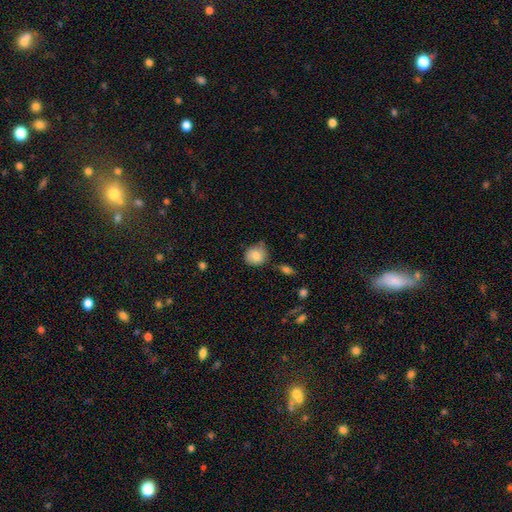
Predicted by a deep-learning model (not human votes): Smooth or featured: smooth — 81% (featured or disk — 11%)
How rounded: round — 82% (in between — 17%)
Merging: none — 66% (minor disturbance — 24%)